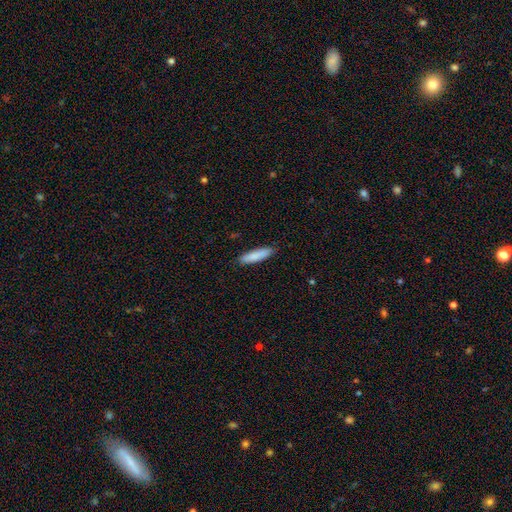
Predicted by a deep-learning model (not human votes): Overall: smooth (87%). How rounded: cigar-shaped (72%). Merging: none (88%).